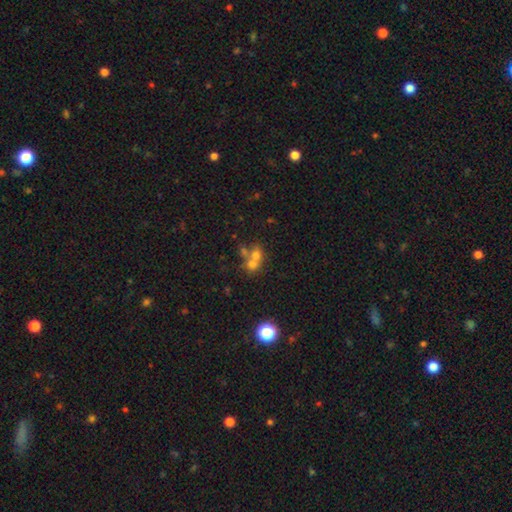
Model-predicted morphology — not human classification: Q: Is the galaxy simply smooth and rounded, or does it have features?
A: smooth — 59%.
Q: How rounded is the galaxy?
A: round — 70%.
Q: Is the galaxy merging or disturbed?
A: merger — 60%.